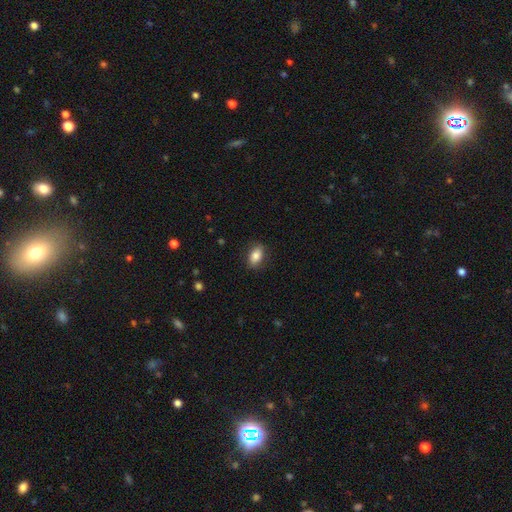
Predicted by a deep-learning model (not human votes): This is clearly a smooth galaxy (83%). How rounded: clearly in between (88%). Merging: clearly none (84%).